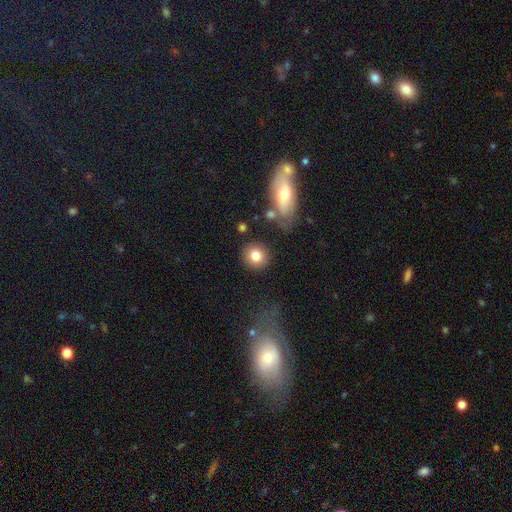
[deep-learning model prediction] Overall: smooth (81%). How rounded: round (85%). Merging: none (83%).